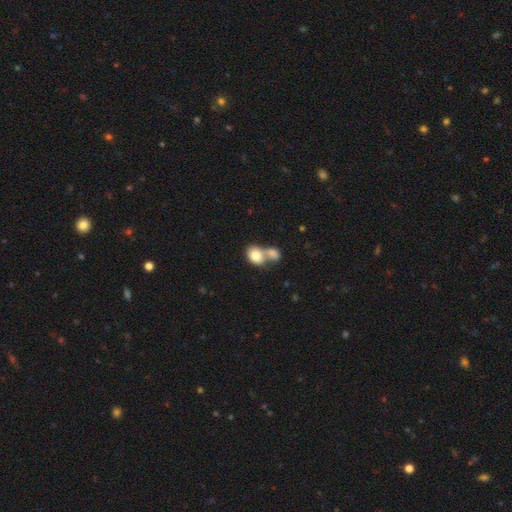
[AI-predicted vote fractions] A smooth galaxy with no disk features (80%) that is in between round and cigar-shaped (54%).

Vote fractions:
- Smooth or featured? smooth: 80% / featured or disk: 12% / star or artifact: 8%
- How rounded? in between: 54% / round: 45% / cigar-shaped: 1%
- Merging? merger: 63% / none: 26% / minor disturbance: 7% / major disturbance: 3%